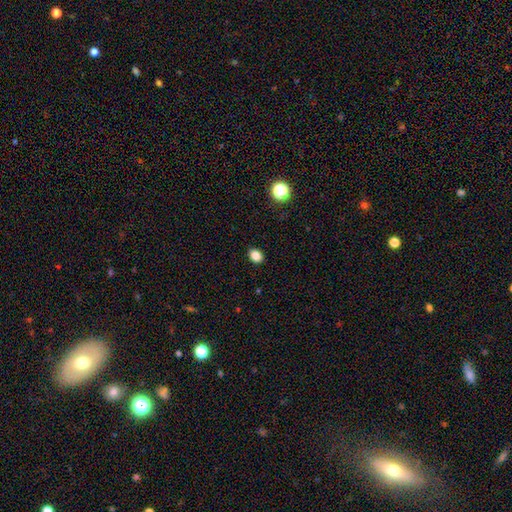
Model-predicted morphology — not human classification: Overall: smooth (85%). How rounded: in between (64%; round 35%). Merging: none (90%).